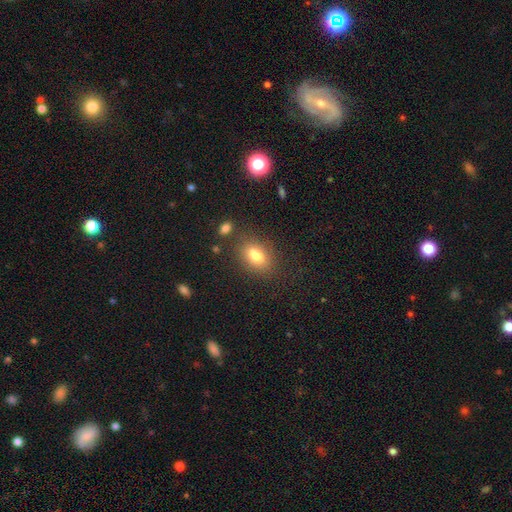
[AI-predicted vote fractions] smooth_or_featured: smooth (p=0.80) [alt: featured or disk p=0.10]
how_rounded: in between (p=0.80) [alt: round p=0.17]
merging: none (p=0.79) [alt: minor disturbance p=0.12]